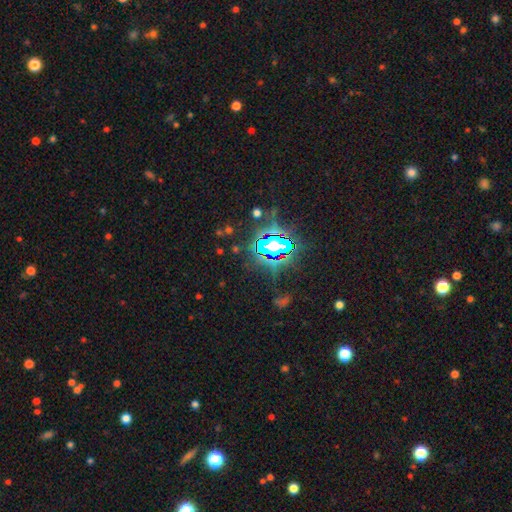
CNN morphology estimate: The model was most divided on "smooth or featured": star or artifact: 84%, smooth: 10%, featured or disk: 7%.